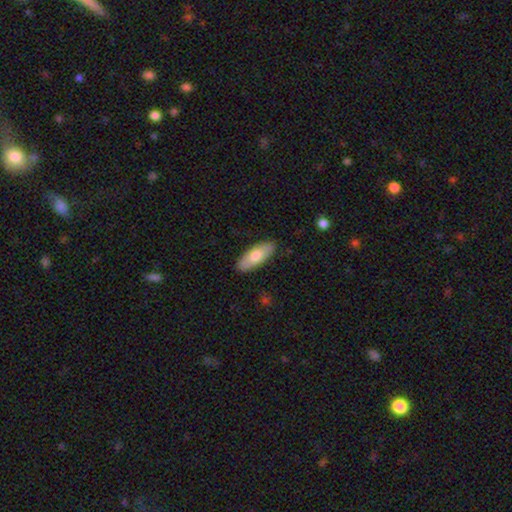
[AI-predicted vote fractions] Smooth or featured?
  - smooth: 75% *
  - featured or disk: 20%
  - star or artifact: 5%
How rounded?
  - in between: 77% *
  - cigar-shaped: 21%
  - round: 2%
Merging?
  - none: 88% *
  - minor disturbance: 9%
  - major disturbance: 2%
  - merger: 1%